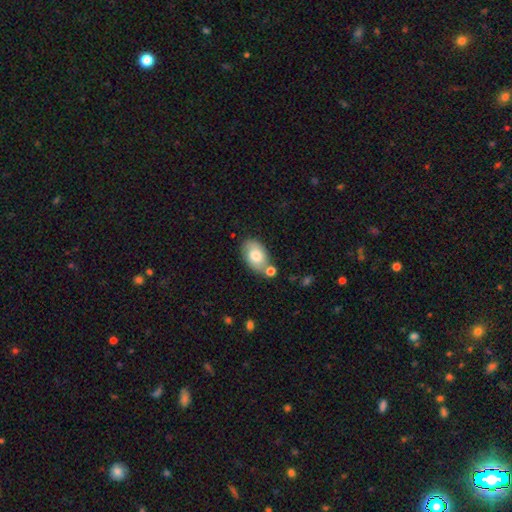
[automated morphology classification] A smooth galaxy with no disk features (67%) that is in between round and cigar-shaped (89%). Merging: none (60%).